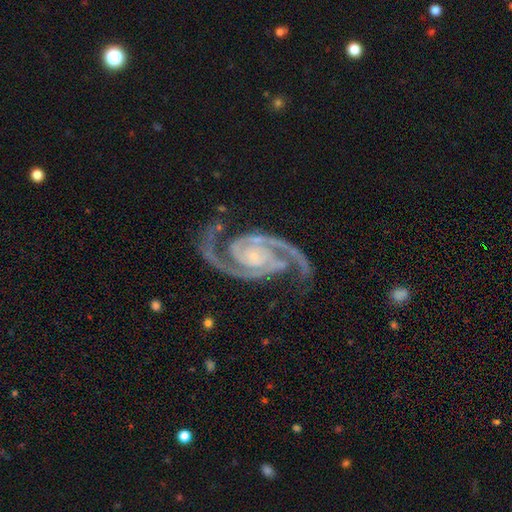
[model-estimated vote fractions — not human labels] Smooth or featured?
  - featured or disk: 95% *
  - star or artifact: 4%
  - smooth: 2%
Edge-on disk?
  - no: 98% *
  - yes: 2%
Bar?
  - no: 64% *
  - weak: 22%
  - strong: 14%
Spiral arms?
  - yes: 99% *
  - no: 1%
Spiral winding?
  - medium: 49% *
  - tight: 44%
  - loose: 7%
Spiral arm count?
  - 2: 93% *
  - 3: 2%
  - can't tell: 1%
  - 4: 1%
  - 1: 1%
  - more than 4: 1%
Bulge size?
  - small: 79% *
  - moderate: 14%
  - none: 5%
  - large: 2%
  - dominant: 1%
Merging?
  - none: 79% *
  - minor disturbance: 14%
  - major disturbance: 5%
  - merger: 2%